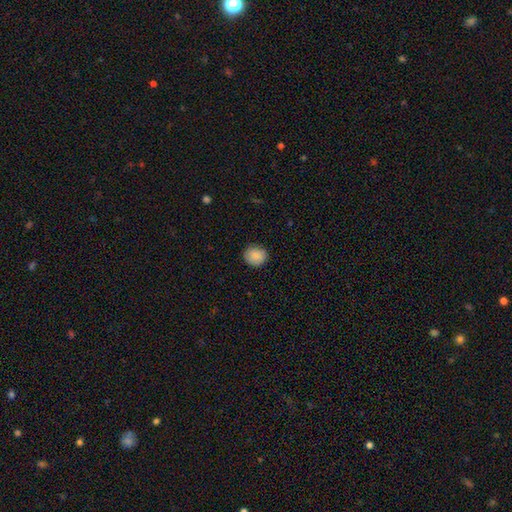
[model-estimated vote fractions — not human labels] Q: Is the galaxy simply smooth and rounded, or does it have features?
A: smooth — 85%.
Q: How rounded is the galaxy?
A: round — 84%.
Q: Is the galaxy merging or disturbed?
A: none — 86%.